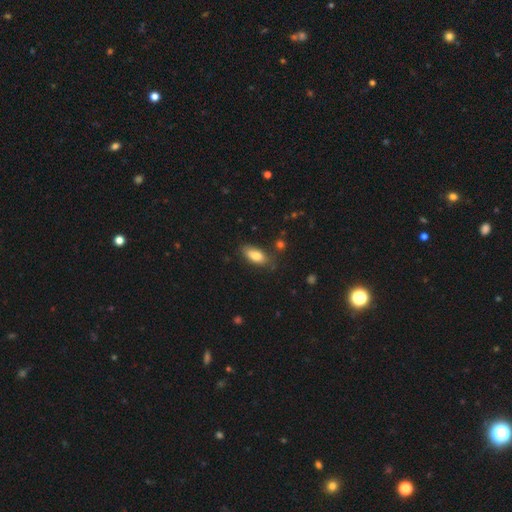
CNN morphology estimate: Smooth or featured: smooth — 81% (featured or disk — 12%)
How rounded: in between — 84% (cigar-shaped — 13%)
Merging: none — 72% (minor disturbance — 21%)